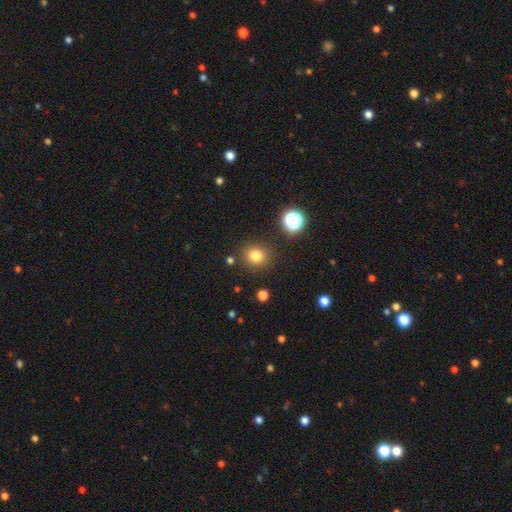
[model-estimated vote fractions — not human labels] Q: Smooth or featured?
A: smooth (79%); runner-up: star or artifact (15%)
Q: How rounded?
A: round (85%); runner-up: in between (14%)
Q: Merging?
A: none (85%); runner-up: minor disturbance (8%)